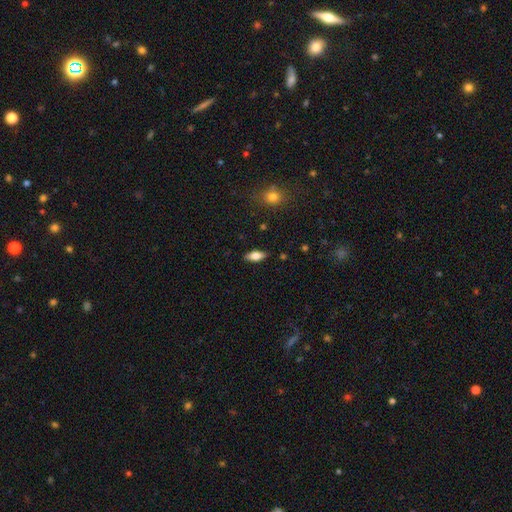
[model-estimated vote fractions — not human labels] Smooth or featured: smooth — 69% (featured or disk — 24%)
How rounded: in between — 82% (cigar-shaped — 15%)
Merging: none — 87% (minor disturbance — 10%)